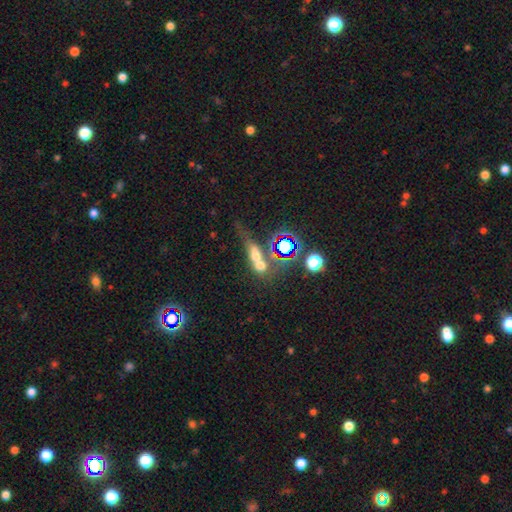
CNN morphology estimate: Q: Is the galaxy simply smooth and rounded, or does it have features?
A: smooth — 51%.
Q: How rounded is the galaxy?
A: round — 43%.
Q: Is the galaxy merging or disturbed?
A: merger — 50%.